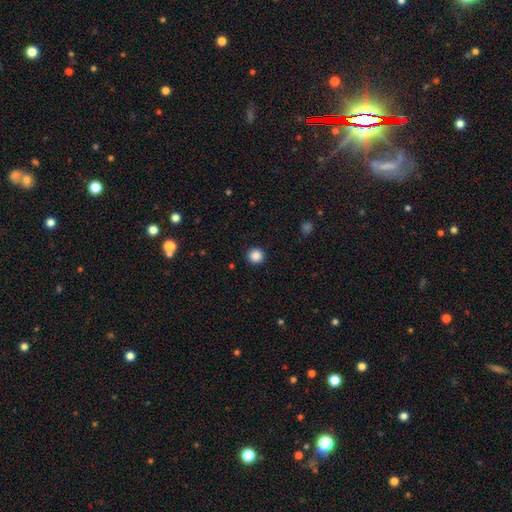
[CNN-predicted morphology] The model was most divided on "smooth or featured": smooth: 86%, star or artifact: 11%, featured or disk: 3%. More confident: how rounded — round (95%); merging — none (93%).